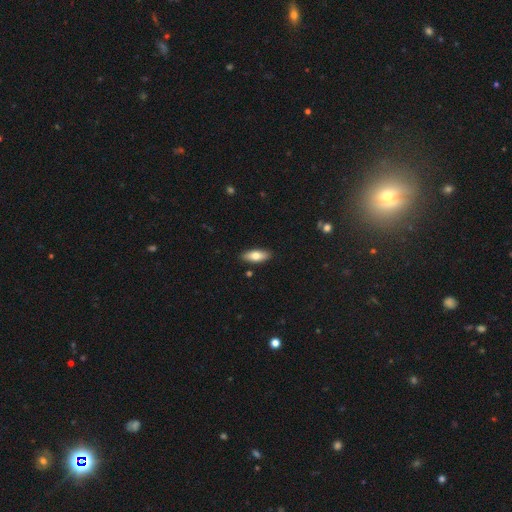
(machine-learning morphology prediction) Overall: smooth (74%). How rounded: in between (74%). Merging: none (88%).